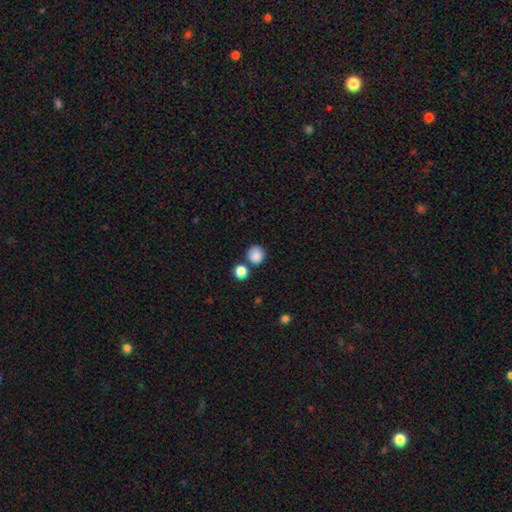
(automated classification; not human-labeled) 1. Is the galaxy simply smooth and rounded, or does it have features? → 86% smooth, 10% star or artifact, 4% featured or disk.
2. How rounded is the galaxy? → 89% round, 10% in between, 1% cigar-shaped.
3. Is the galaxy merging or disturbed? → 74% none, 13% merger, 10% minor disturbance, 3% major disturbance.